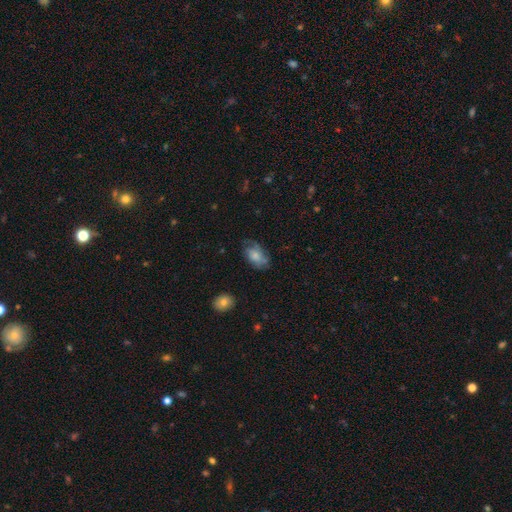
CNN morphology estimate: The model was most divided on "smooth or featured": smooth: 54%, featured or disk: 37%, star or artifact: 8%. More confident: how rounded — in between (89%); merging — none (58%).